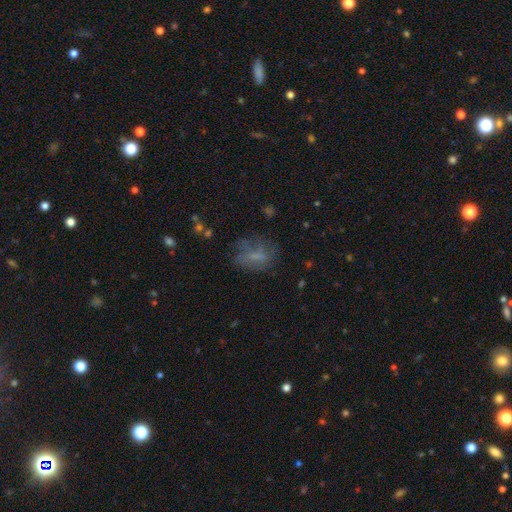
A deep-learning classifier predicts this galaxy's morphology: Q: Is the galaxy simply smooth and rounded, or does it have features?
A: smooth — 52%.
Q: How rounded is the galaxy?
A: in between — 67%.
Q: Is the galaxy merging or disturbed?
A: none — 54%.